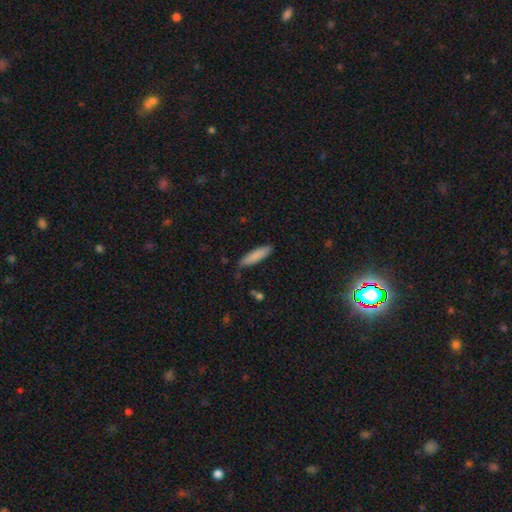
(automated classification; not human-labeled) Smooth or featured: smooth — 86% (featured or disk — 8%)
How rounded: cigar-shaped — 73% (in between — 26%)
Merging: none — 80% (minor disturbance — 16%)